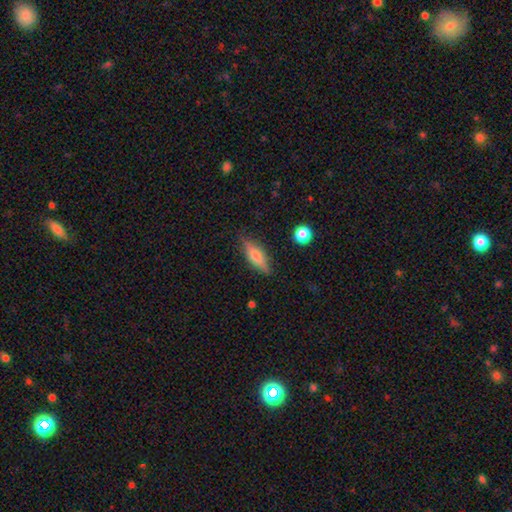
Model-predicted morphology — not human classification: A featured or disk galaxy (53%) viewed edge-on (92%).

Vote fractions:
- Smooth or featured? featured or disk: 53% / smooth: 39% / star or artifact: 8%
- Edge-on disk? yes: 92% / no: 8%
- Merging? none: 84% / minor disturbance: 11% / major disturbance: 3% / merger: 1%